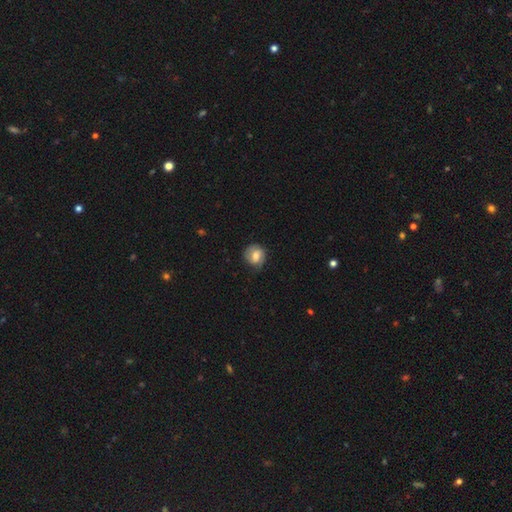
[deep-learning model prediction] Overall: smooth (53%; featured or disk 39%). How rounded: round (79%). Merging: none (72%).